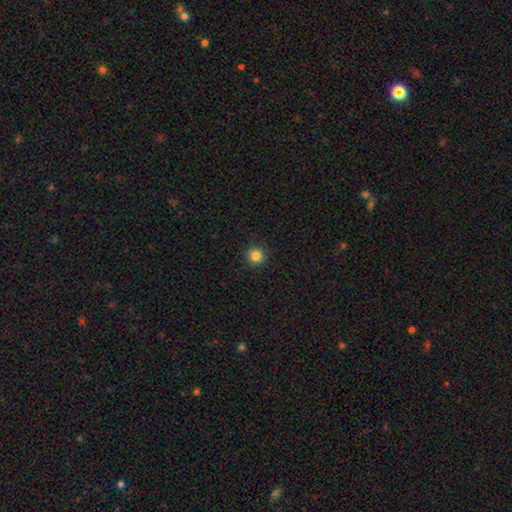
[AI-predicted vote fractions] This is clearly a smooth galaxy (84%). How rounded: clearly round (95%). Merging: clearly none (92%).